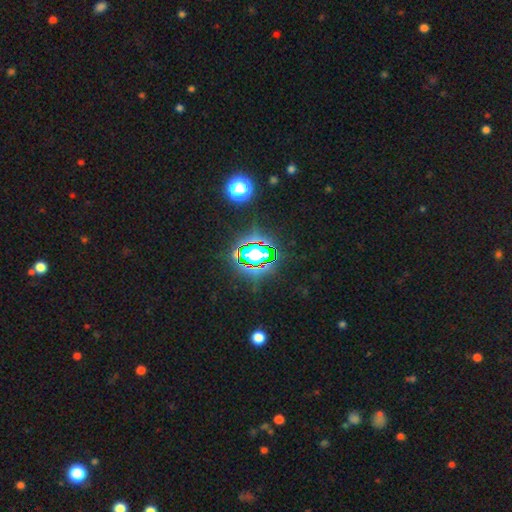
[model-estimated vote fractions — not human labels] Overall: star or artifact (81%).